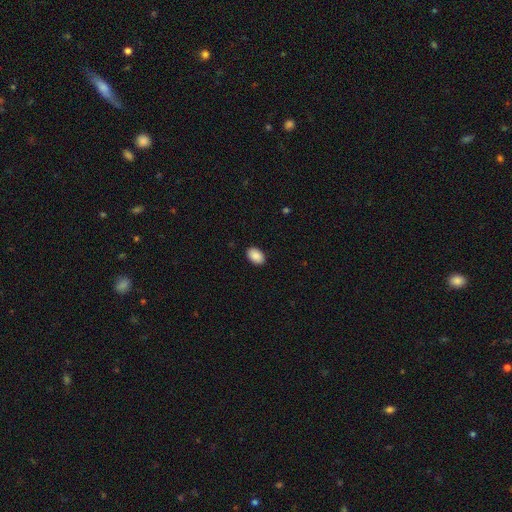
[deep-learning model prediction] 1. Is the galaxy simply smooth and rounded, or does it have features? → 90% smooth, 7% star or artifact, 3% featured or disk.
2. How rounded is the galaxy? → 90% in between, 9% round, 1% cigar-shaped.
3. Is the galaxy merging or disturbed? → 90% none, 7% minor disturbance, 2% major disturbance, 1% merger.